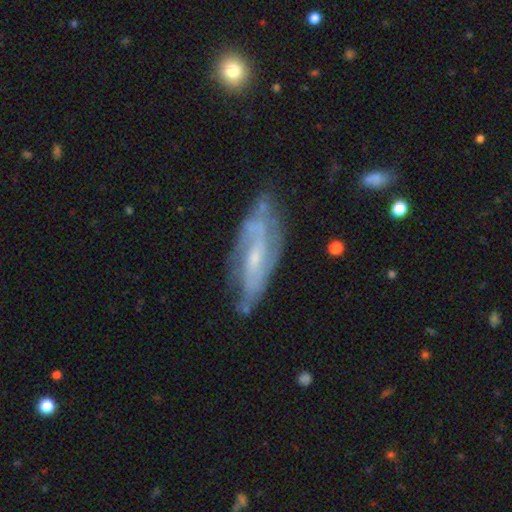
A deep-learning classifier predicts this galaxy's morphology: This is clearly a featured or disk galaxy (81%). It is clearly not viewed edge-on (86%). Bar: marginally weak (44%). Spiral arm pattern: clearly yes (93%). Spiral arm count: possibly 2 (56%). Spiral winding: marginally medium (45%). Central bulge: likely small (65%). Merging: likely none (66%).